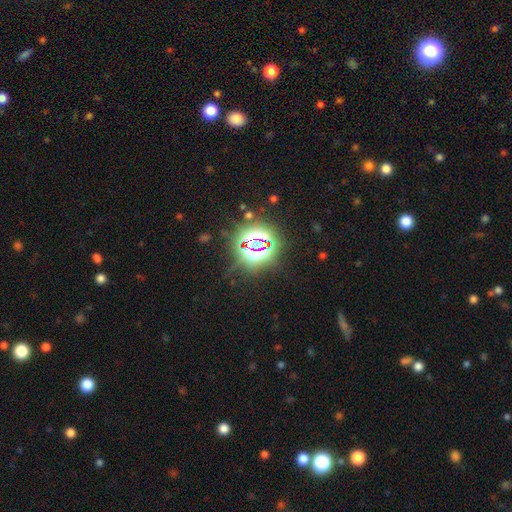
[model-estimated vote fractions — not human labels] Smooth or featured?
  - star or artifact: 79% *
  - smooth: 14%
  - featured or disk: 8%